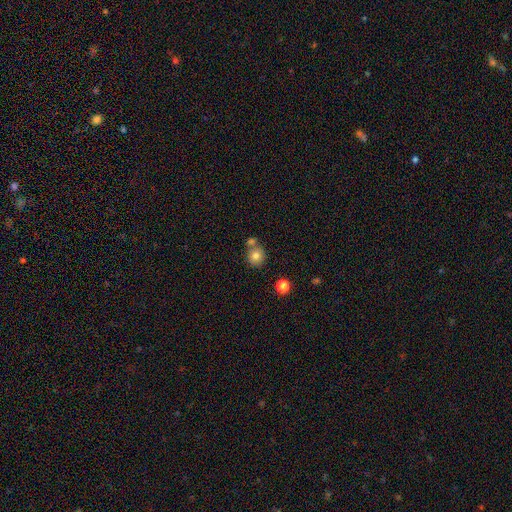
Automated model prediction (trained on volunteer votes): This is likely a smooth galaxy (78%). How rounded: clearly round (88%). Merging: likely none (60%).